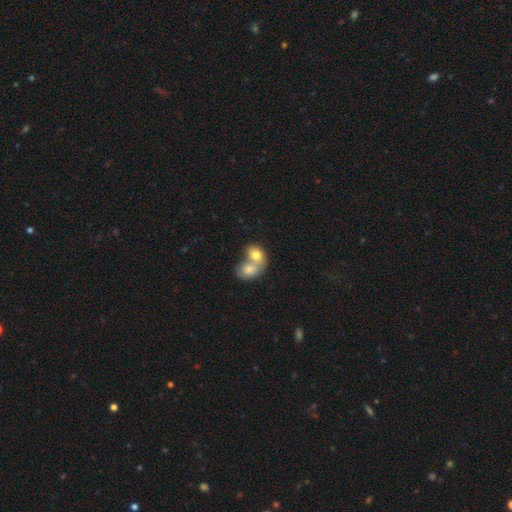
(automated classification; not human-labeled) Smooth or featured: smooth — 75% (featured or disk — 18%)
How rounded: in between — 62% (round — 37%)
Merging: merger — 78% (none — 15%)